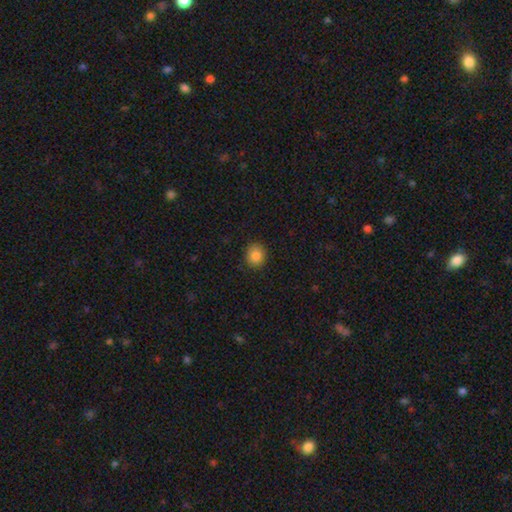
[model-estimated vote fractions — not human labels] This is clearly a smooth galaxy (84%). How rounded: likely round (79%). Merging: clearly none (90%).